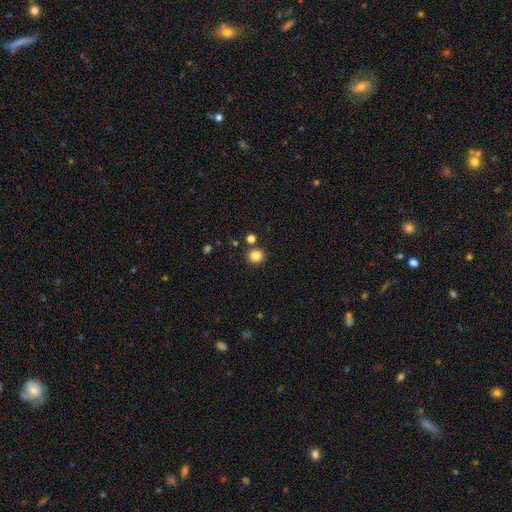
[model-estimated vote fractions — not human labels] A smooth galaxy with no disk features (84%) that is round (91%). Merging: none (86%).